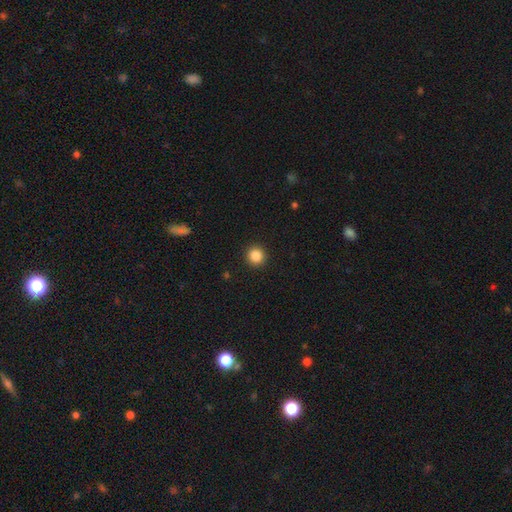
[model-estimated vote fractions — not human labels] A smooth galaxy with no disk features (86%) that is round (94%).

Vote fractions:
- Smooth or featured? smooth: 86% / star or artifact: 10% / featured or disk: 4%
- How rounded? round: 94% / in between: 5% / cigar-shaped: 1%
- Merging? none: 93% / minor disturbance: 5% / major disturbance: 2% / merger: 1%